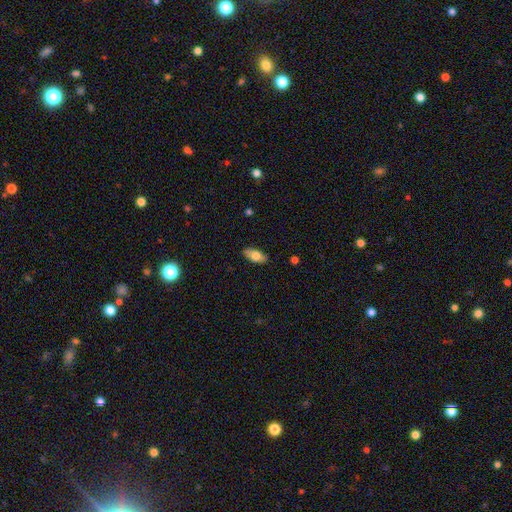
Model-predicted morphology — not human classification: Smooth or featured?
  - smooth: 74% *
  - featured or disk: 19%
  - star or artifact: 7%
How rounded?
  - in between: 90% *
  - cigar-shaped: 7%
  - round: 3%
Merging?
  - none: 85% *
  - minor disturbance: 12%
  - major disturbance: 2%
  - merger: 1%